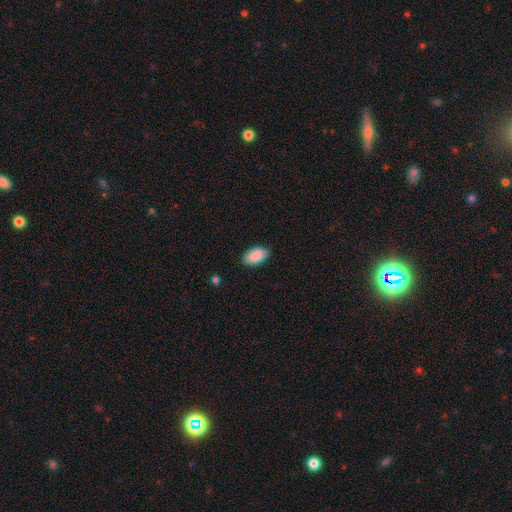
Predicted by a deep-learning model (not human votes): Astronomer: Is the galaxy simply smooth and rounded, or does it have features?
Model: smooth — 90%.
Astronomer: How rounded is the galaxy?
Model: in between — 94%.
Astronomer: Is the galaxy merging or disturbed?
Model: none — 85%.